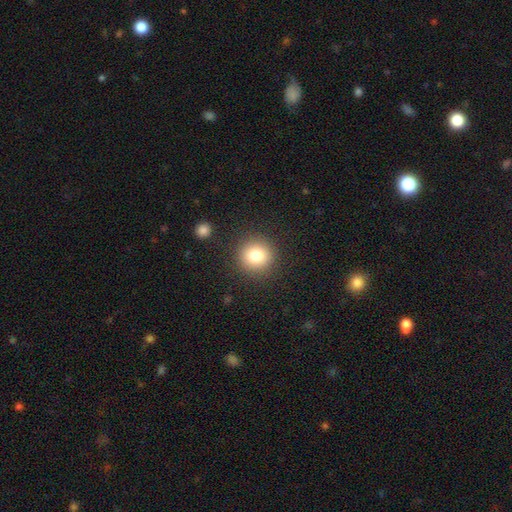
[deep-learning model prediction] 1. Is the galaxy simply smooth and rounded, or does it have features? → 81% smooth, 11% star or artifact, 8% featured or disk.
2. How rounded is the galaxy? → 93% round, 6% in between, 1% cigar-shaped.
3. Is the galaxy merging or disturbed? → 89% none, 7% minor disturbance, 3% major disturbance, 2% merger.